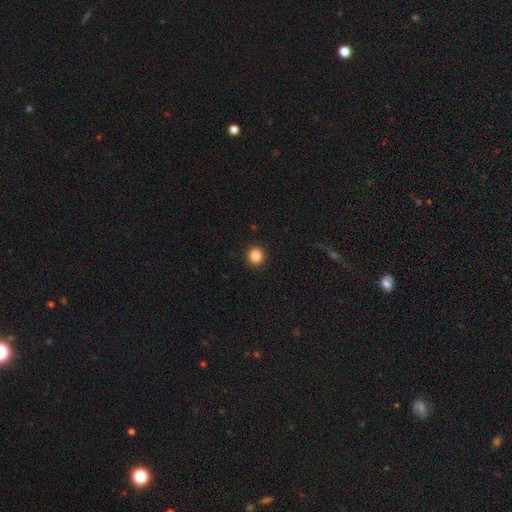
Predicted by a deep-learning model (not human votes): smooth 86%, star or artifact 10%, featured or disk 4%. Down the decision tree: how rounded — round (92%); merging — none (92%).